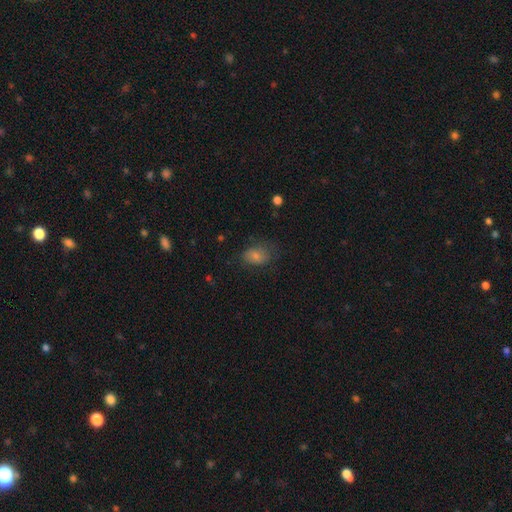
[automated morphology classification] smooth 66%, featured or disk 18%, star or artifact 16%. Down the decision tree: how rounded — in between (76%); merging — none (65%).